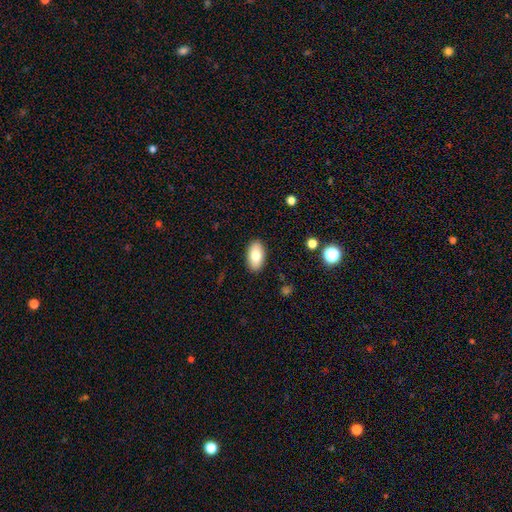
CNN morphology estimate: A smooth galaxy with no disk features (79%) that is in between round and cigar-shaped (94%).

Vote fractions:
- Smooth or featured? smooth: 79% / featured or disk: 14% / star or artifact: 7%
- How rounded? in between: 94% / round: 4% / cigar-shaped: 2%
- Merging? none: 89% / minor disturbance: 8% / major disturbance: 2% / merger: 1%